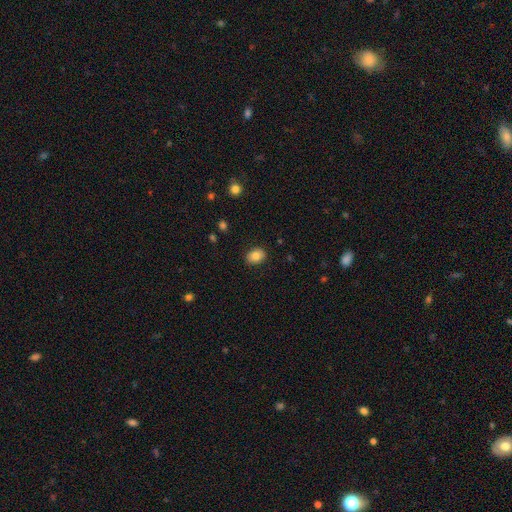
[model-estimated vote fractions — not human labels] Overall: smooth (83%). How rounded: in between (64%; round 35%). Merging: none (88%).